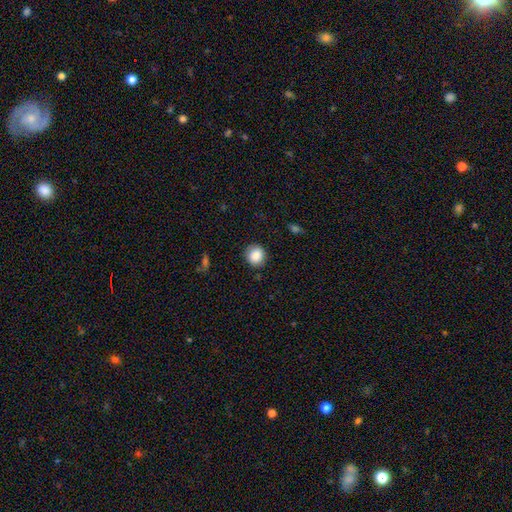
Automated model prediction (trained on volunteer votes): Smooth or featured? Predicted: smooth (p=0.86). How rounded? Predicted: round (p=0.86). Merging? Predicted: none (p=0.85).